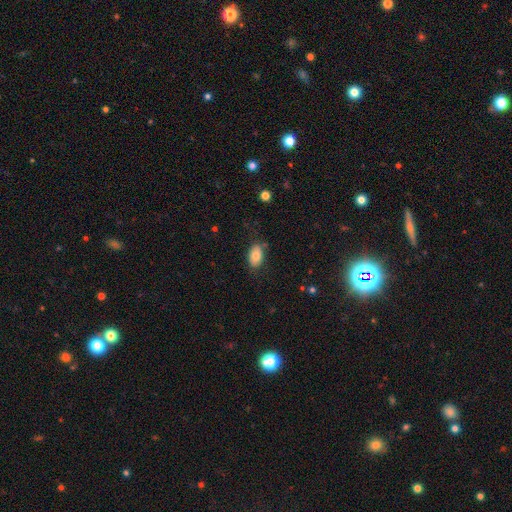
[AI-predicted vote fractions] Smooth or featured?
  - smooth: 79% *
  - featured or disk: 13%
  - star or artifact: 8%
How rounded?
  - in between: 91% *
  - round: 7%
  - cigar-shaped: 2%
Merging?
  - none: 76% *
  - minor disturbance: 17%
  - major disturbance: 4%
  - merger: 3%